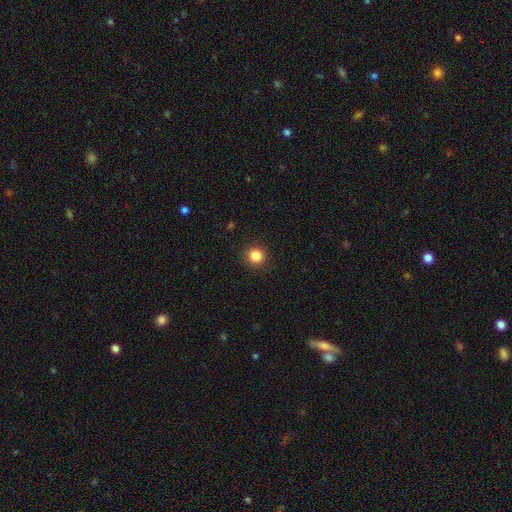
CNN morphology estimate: Smooth or featured? Predicted: smooth (p=0.85). How rounded? Predicted: round (p=0.93). Merging? Predicted: none (p=0.92).